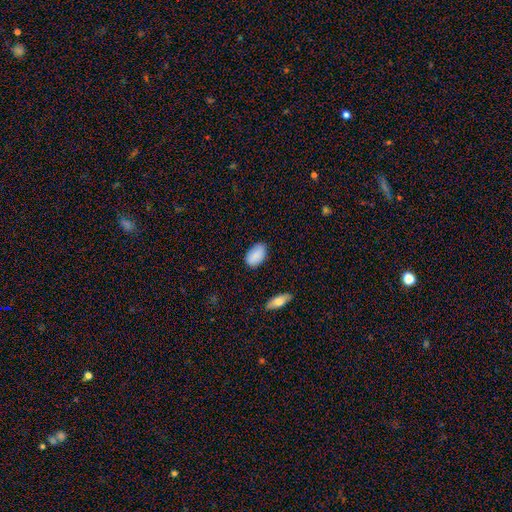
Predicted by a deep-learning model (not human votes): Smooth or featured: smooth — 88% (star or artifact — 7%)
How rounded: in between — 93% (round — 5%)
Merging: none — 81% (minor disturbance — 15%)